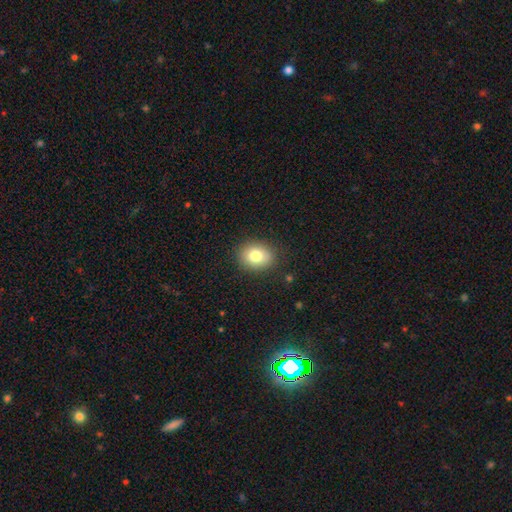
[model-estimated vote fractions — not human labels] A smooth galaxy with no disk features (80%) that is in between round and cigar-shaped (50%). Merging: none (87%).